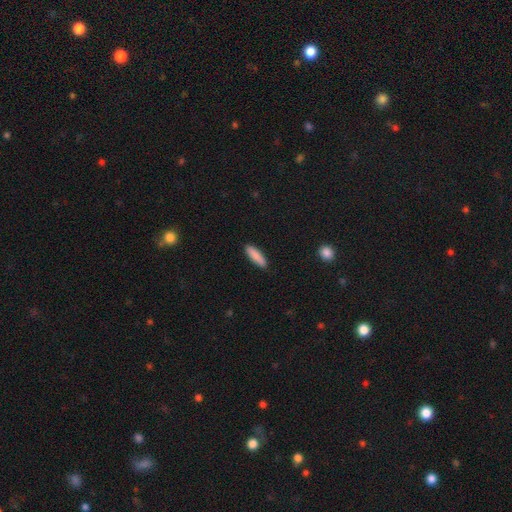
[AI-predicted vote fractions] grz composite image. It shows a smooth galaxy with no disk features (88%) that is cigar-shaped (62%). Merging: none (90%).